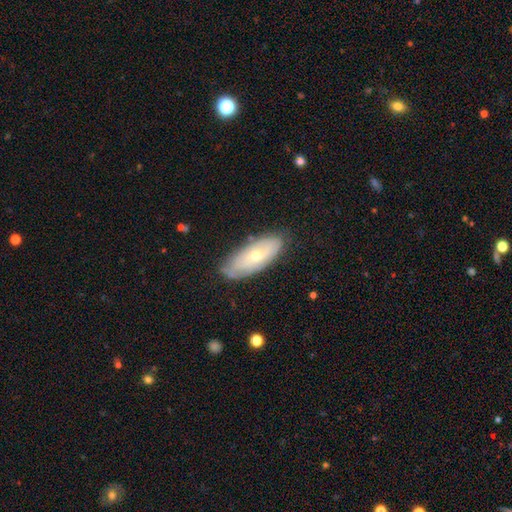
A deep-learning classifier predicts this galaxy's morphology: Smooth or featured?
  - featured or disk: 53% *
  - smooth: 41%
  - star or artifact: 7%
Edge-on disk?
  - no: 81% *
  - yes: 19%
Merging?
  - none: 77% *
  - minor disturbance: 17%
  - major disturbance: 4%
  - merger: 2%